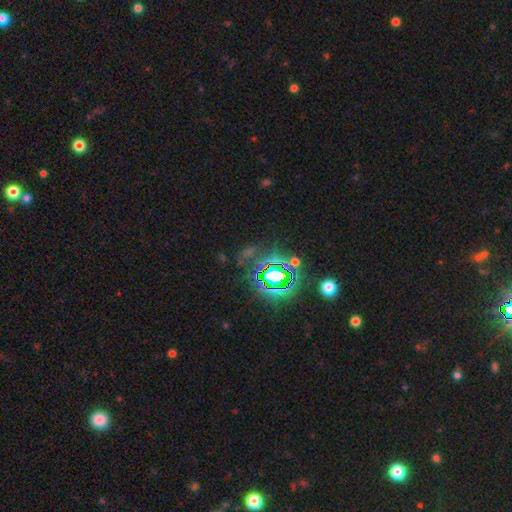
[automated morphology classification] smooth_or_featured: star or artifact (p=0.80) [alt: smooth p=0.12]